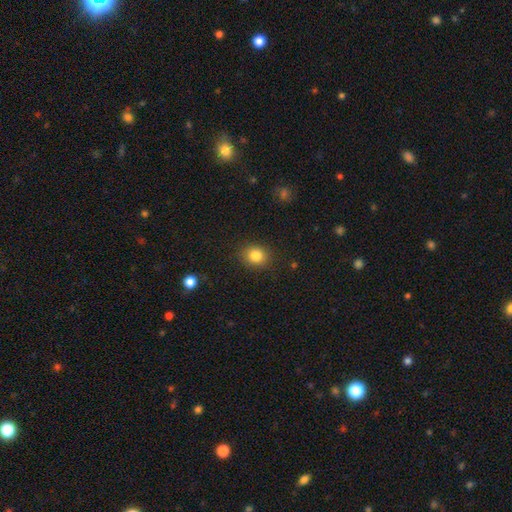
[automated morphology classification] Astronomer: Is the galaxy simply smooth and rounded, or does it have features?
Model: smooth — 84%.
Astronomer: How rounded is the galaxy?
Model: round — 70%.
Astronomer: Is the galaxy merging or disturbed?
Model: none — 87%.